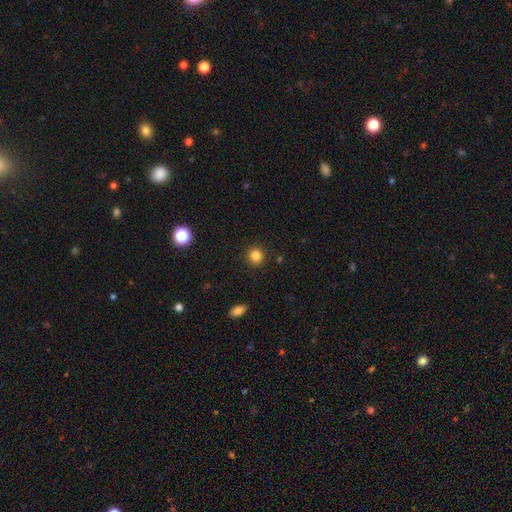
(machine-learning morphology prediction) This appears to be a smooth galaxy with no disk features (84%) that is round (92%). Merging: none (91%).